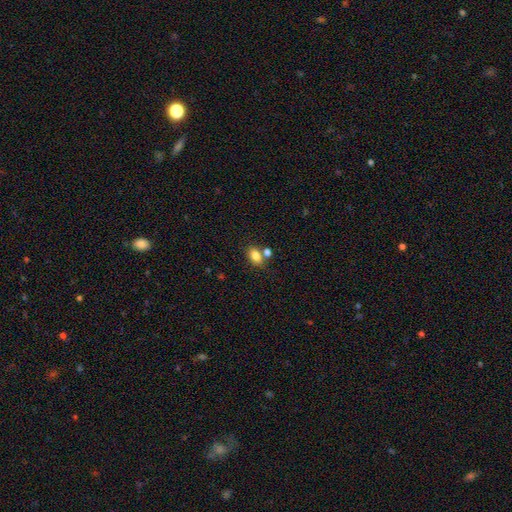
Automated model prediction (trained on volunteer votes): smooth 81%, star or artifact 10%, featured or disk 8%. Down the decision tree: how rounded — in between (77%); merging — none (59%).